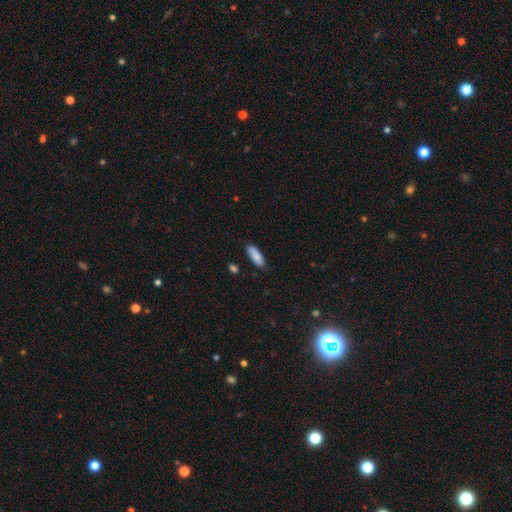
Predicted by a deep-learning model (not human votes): Smooth or featured? Predicted: smooth (p=0.86). How rounded? Predicted: in between (p=0.64). Merging? Predicted: none (p=0.84).